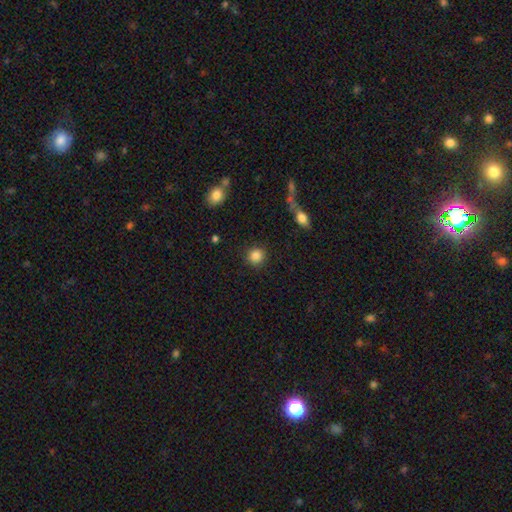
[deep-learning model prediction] A smooth galaxy with no disk features (86%) that is round (92%).

Vote fractions:
- Smooth or featured? smooth: 86% / star or artifact: 10% / featured or disk: 5%
- How rounded? round: 92% / in between: 7% / cigar-shaped: 1%
- Merging? none: 89% / minor disturbance: 6% / major disturbance: 2% / merger: 2%